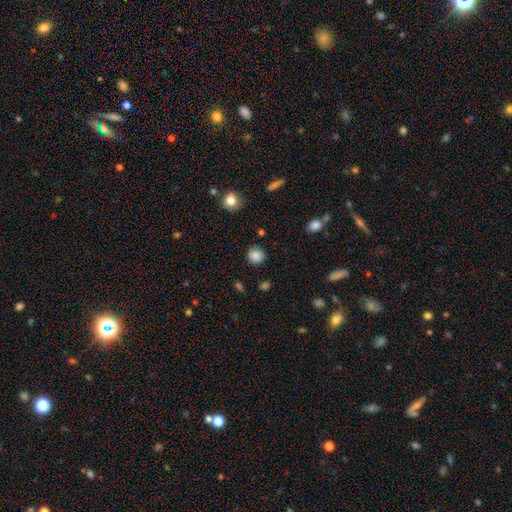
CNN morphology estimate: Smooth or featured: smooth — 86% (star or artifact — 10%)
How rounded: round — 91% (in between — 8%)
Merging: none — 88% (minor disturbance — 8%)